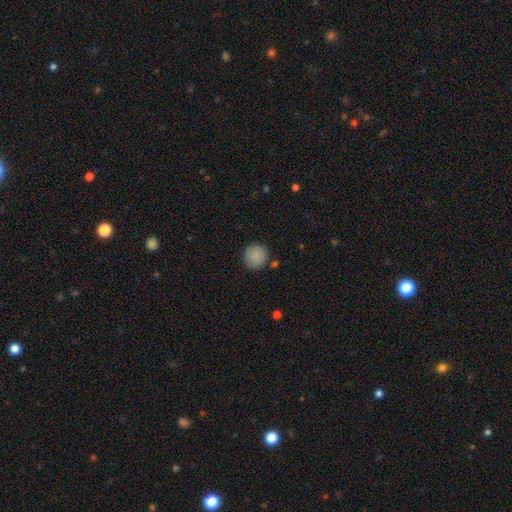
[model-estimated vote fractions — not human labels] Smooth or featured? smooth (88%)
How rounded? round (92%)
Merging? none (86%)